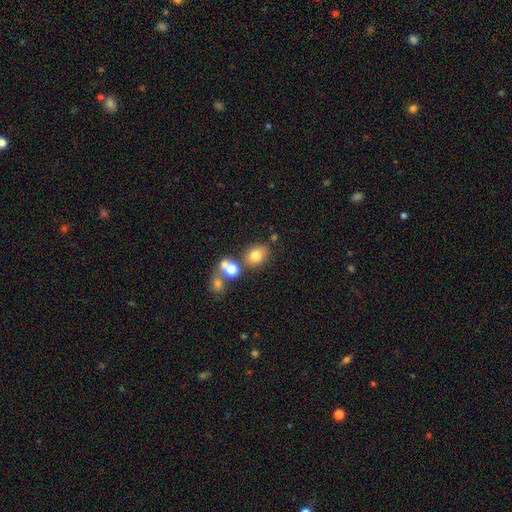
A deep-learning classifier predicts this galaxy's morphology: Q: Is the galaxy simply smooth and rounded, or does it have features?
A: smooth — 76%.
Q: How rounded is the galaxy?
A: round — 51%.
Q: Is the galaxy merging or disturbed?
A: none — 67%.